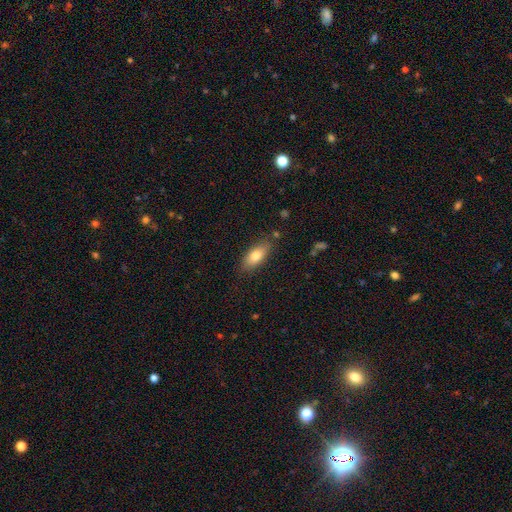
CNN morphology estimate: A smooth galaxy with no disk features (76%) that is in between round and cigar-shaped (80%). Merging: none (81%).